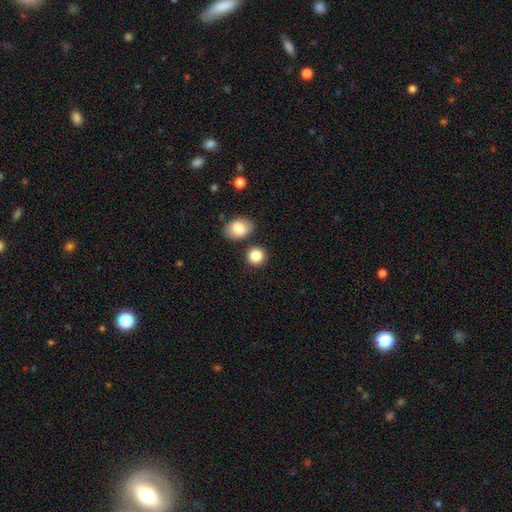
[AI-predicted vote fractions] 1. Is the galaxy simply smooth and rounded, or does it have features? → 86% smooth, 9% star or artifact, 6% featured or disk.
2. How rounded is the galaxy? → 80% round, 18% in between, 1% cigar-shaped.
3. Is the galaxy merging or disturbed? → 79% none, 10% minor disturbance, 9% merger, 3% major disturbance.